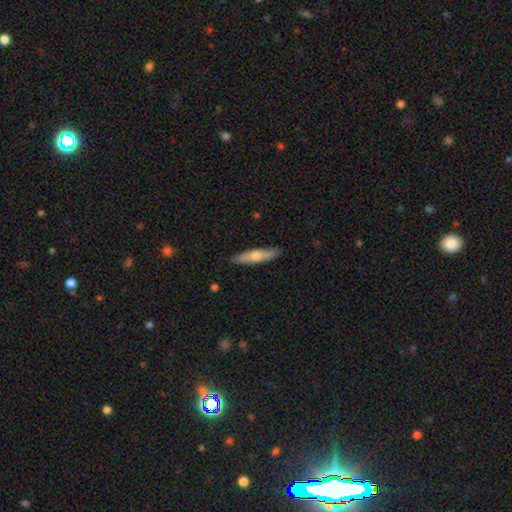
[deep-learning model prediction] smooth_or_featured: smooth (p=0.51) [alt: featured or disk p=0.43]
how_rounded: cigar-shaped (p=0.85) [alt: in between p=0.13]
merging: none (p=0.90) [alt: minor disturbance p=0.08]